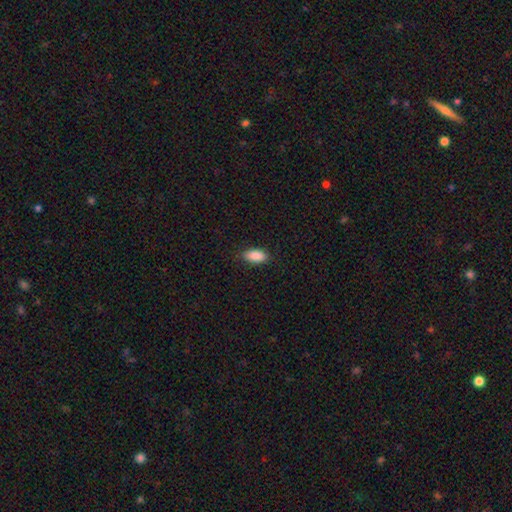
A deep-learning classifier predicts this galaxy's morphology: Smooth or featured? smooth (89%)
How rounded? in between (89%)
Merging? none (87%)